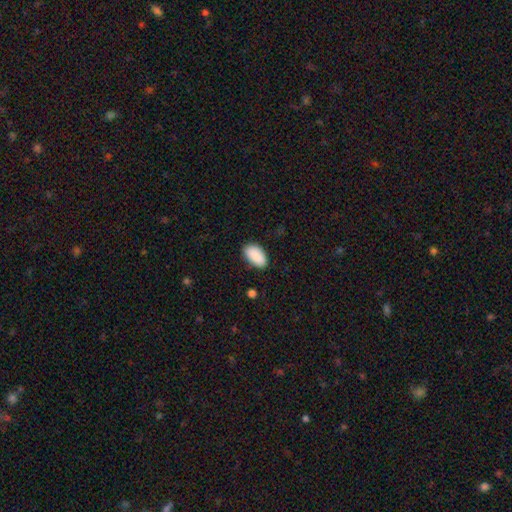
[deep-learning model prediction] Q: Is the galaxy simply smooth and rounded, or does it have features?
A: smooth — 90%.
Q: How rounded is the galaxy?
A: in between — 95%.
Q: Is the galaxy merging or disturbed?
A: none — 83%.